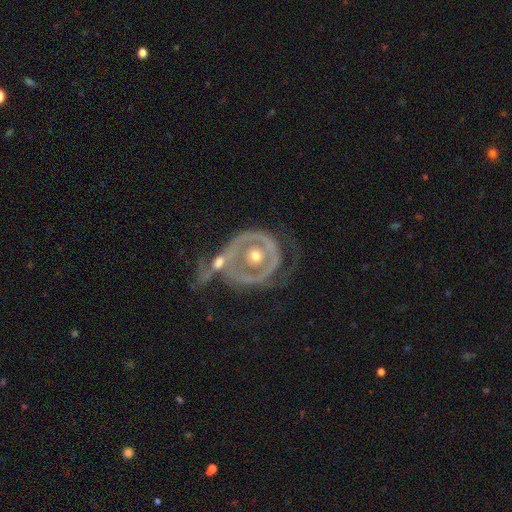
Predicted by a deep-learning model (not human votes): Smooth or featured? featured or disk (76%)
Edge-on disk? no (95%)
Bar? no (81%)
Spiral arms? no (59%)
Bulge size? moderate (73%)
Merging? merger (37%)